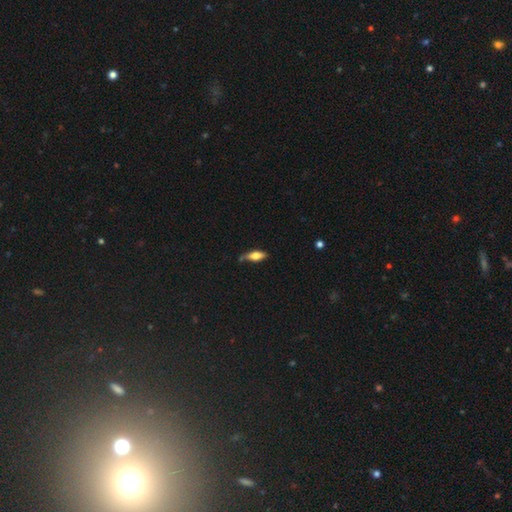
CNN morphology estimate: Smooth or featured? smooth (61%)
How rounded? in between (62%)
Merging? none (60%)